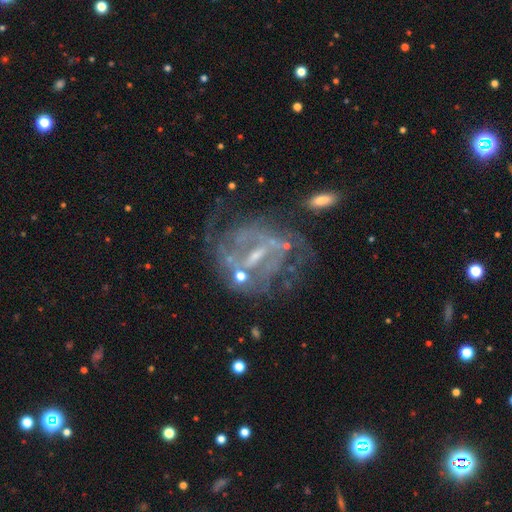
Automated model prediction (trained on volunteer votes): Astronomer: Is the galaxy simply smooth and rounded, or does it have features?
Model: featured or disk — 83%.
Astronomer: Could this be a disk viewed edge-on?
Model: no — 96%.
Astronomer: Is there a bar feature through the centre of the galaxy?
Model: weak — 46% (runner-up: strong, 36%).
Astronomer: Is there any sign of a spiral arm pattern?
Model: yes — 78%.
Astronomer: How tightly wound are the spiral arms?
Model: tight — 41% (runner-up: medium, 40%).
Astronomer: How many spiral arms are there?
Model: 2 — 38% (runner-up: can't tell, 37%).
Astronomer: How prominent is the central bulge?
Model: small — 55%.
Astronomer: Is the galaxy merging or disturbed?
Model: none — 53%.